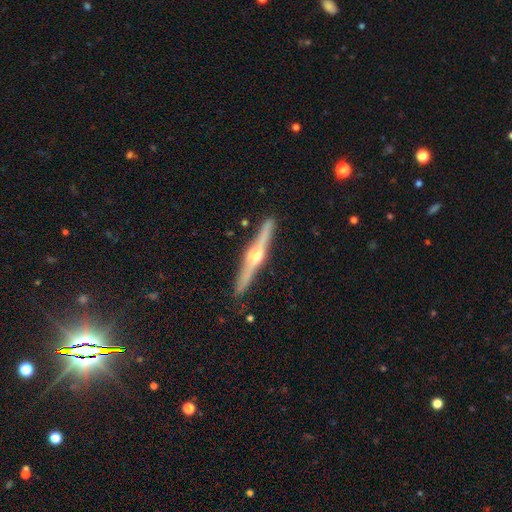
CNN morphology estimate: smooth-or-featured: featured or disk: 81% | smooth: 14% | star or artifact: 5%
  disk-edge-on: yes: 98% | no: 2%
    edge-on-bulge: rounded: 90% | boxy: 7% | none: 4%
  merging: none: 90% | minor disturbance: 8% | major disturbance: 1% | merger: 1%